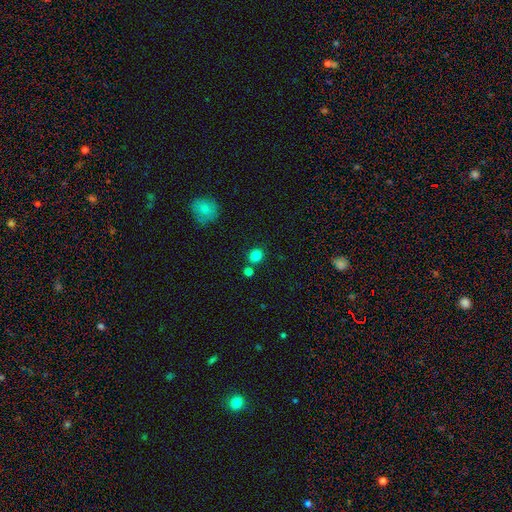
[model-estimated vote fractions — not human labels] A smooth galaxy with no disk features (83%) that is round (76%).

Vote fractions:
- Smooth or featured? smooth: 83% / star or artifact: 12% / featured or disk: 5%
- How rounded? round: 76% / in between: 23% / cigar-shaped: 1%
- Merging? none: 75% / merger: 14% / minor disturbance: 9% / major disturbance: 3%